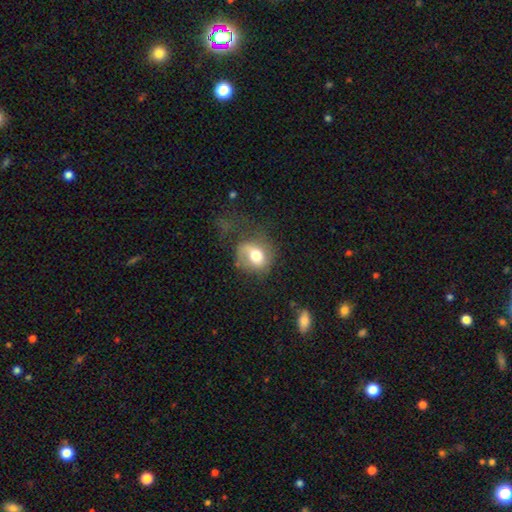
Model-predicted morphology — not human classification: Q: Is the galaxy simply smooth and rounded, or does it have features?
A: smooth — 62%.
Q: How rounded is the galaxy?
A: round — 65%.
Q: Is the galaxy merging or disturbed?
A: none — 37%.